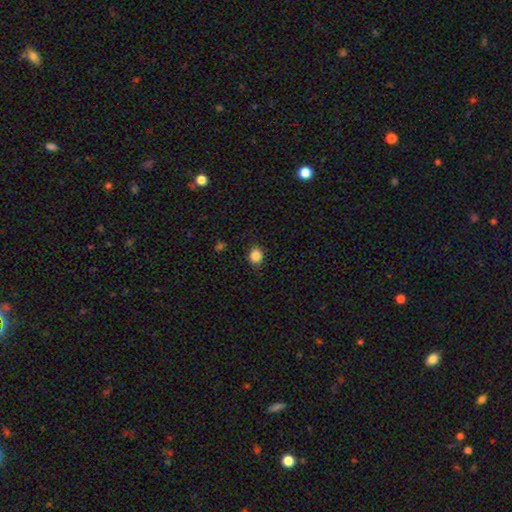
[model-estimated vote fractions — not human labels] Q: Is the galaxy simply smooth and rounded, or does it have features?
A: smooth — 85%.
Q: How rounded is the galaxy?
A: round — 67%.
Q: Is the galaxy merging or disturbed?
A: none — 86%.